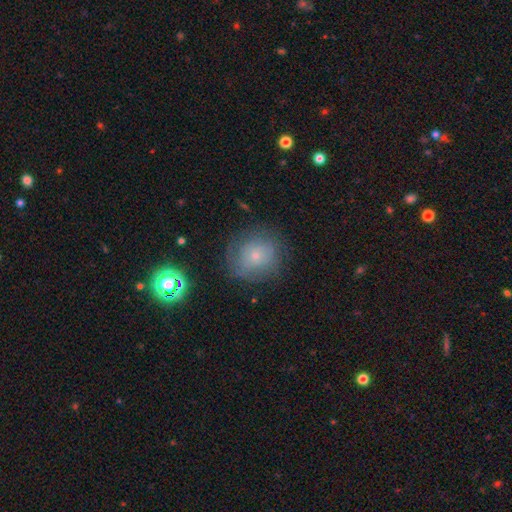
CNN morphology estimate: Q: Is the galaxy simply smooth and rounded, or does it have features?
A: smooth — 58%.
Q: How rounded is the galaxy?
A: round — 86%.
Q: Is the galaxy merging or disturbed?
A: none — 74%.